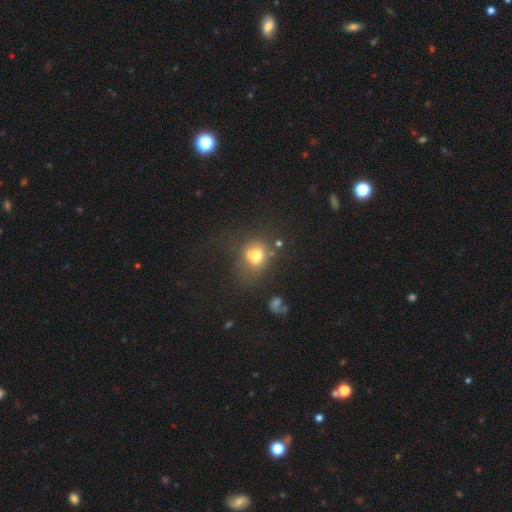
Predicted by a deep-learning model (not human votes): This is likely a smooth galaxy (67%). How rounded: likely round (61%). Merging: marginally none (42%).